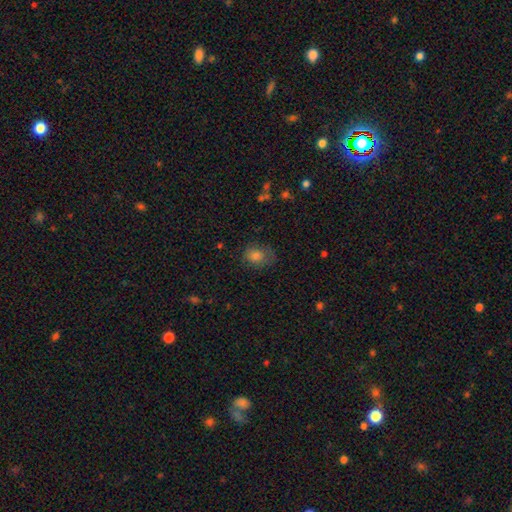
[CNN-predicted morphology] This is likely a smooth galaxy (72%). How rounded: possibly in between (54%). Merging: possibly none (58%).